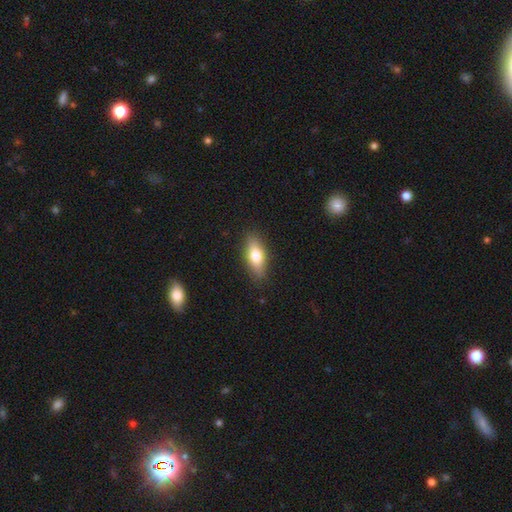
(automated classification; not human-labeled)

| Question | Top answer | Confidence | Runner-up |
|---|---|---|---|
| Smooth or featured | smooth | 73% | featured or disk (20%) |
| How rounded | in between | 75% | cigar-shaped (21%) |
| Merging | none | 87% | minor disturbance (10%) |